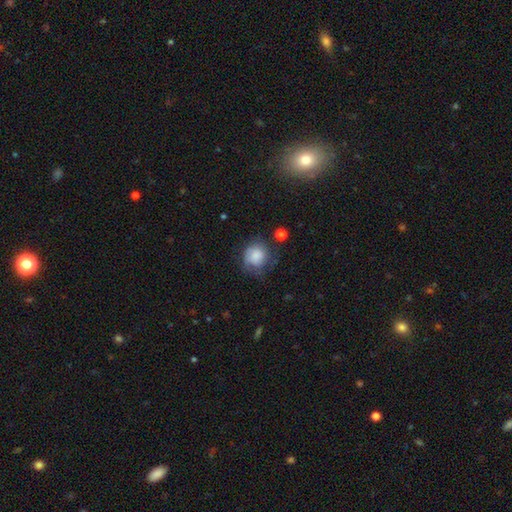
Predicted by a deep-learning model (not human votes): smooth 71%, featured or disk 20%, star or artifact 9%. Down the decision tree: how rounded — round (81%); merging — none (54%).